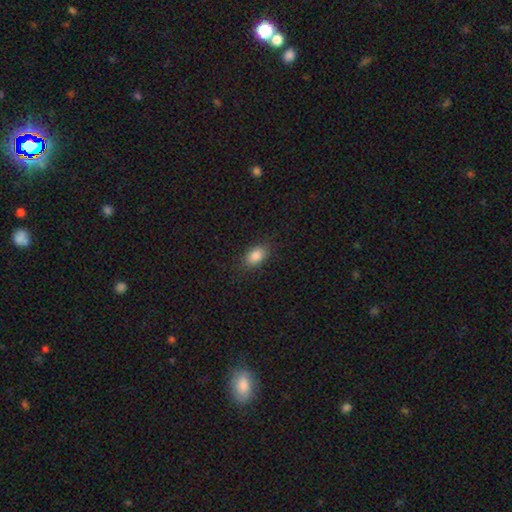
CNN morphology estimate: Smooth or featured?
  - smooth: 86% *
  - star or artifact: 9%
  - featured or disk: 5%
How rounded?
  - in between: 85% *
  - round: 12%
  - cigar-shaped: 3%
Merging?
  - none: 84% *
  - minor disturbance: 11%
  - major disturbance: 4%
  - merger: 1%